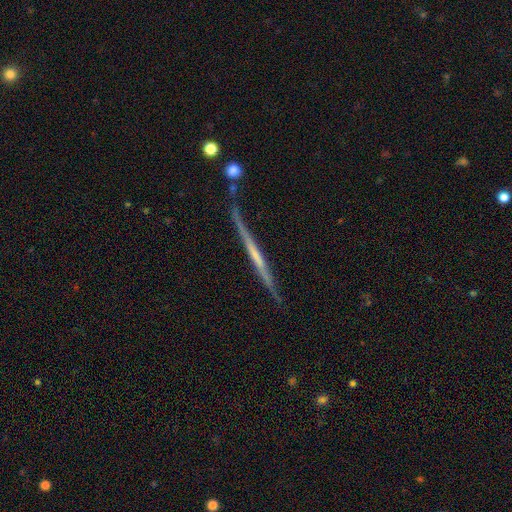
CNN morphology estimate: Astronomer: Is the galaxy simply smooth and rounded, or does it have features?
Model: featured or disk — 71%.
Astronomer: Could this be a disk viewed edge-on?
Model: yes — 97%.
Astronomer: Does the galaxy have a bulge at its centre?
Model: none — 74%.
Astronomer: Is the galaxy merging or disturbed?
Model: none — 78%.